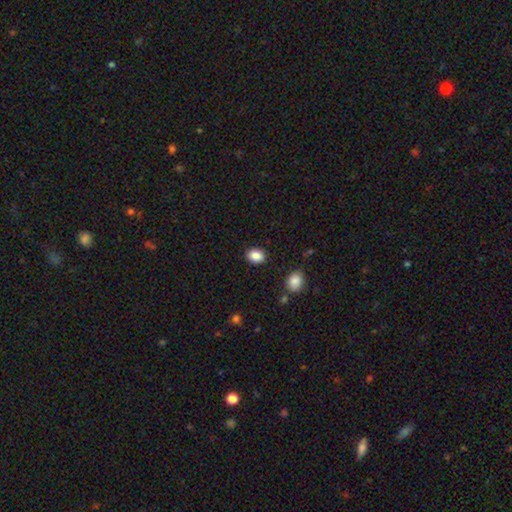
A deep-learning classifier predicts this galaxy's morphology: Overall: smooth (87%). How rounded: in between (58%; round 41%). Merging: none (89%).